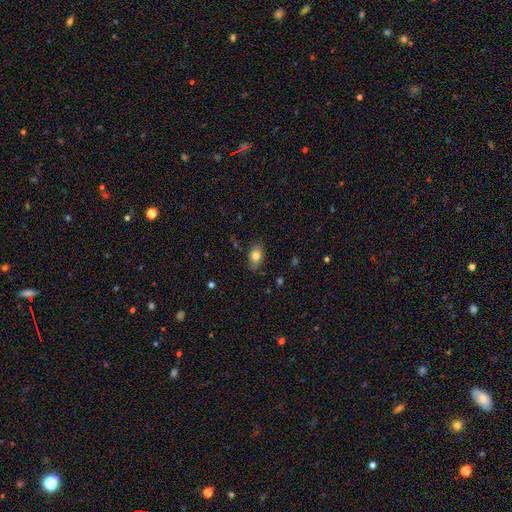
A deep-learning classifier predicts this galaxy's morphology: smooth_or_featured: smooth (p=0.80) [alt: featured or disk p=0.12]
how_rounded: in between (p=0.88) [alt: round p=0.09]
merging: none (p=0.83) [alt: minor disturbance p=0.13]